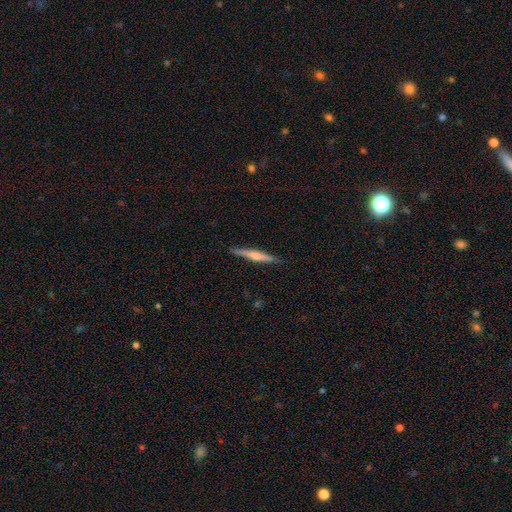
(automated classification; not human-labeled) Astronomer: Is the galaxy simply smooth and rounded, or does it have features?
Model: featured or disk — 60% (runner-up: smooth, 35%).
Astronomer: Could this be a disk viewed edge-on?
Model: yes — 97%.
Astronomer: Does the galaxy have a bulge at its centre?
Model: rounded — 73%.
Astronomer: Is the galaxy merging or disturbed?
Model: none — 89%.